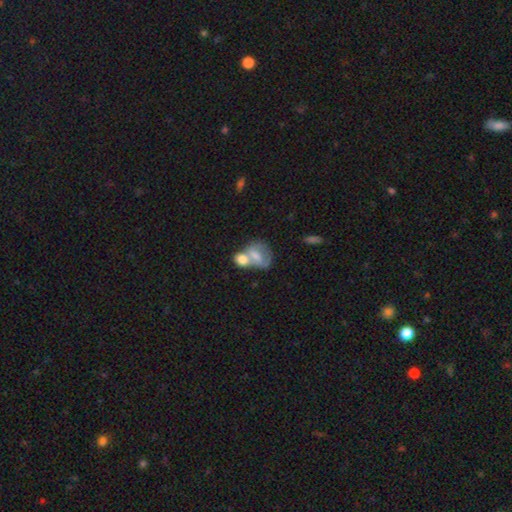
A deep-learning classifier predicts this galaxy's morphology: Smooth or featured? smooth (61%)
How rounded? in between (63%)
Merging? merger (63%)